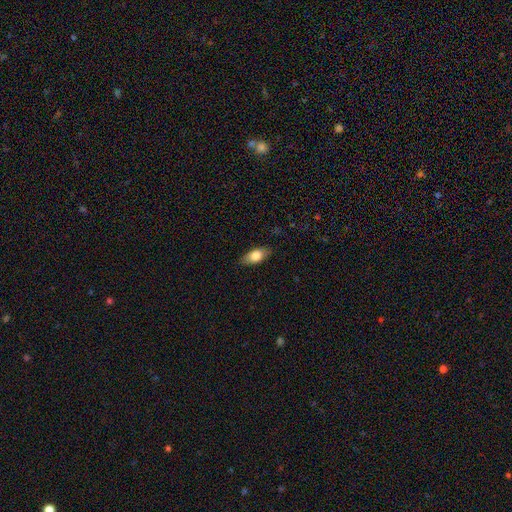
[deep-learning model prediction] The model was most divided on "smooth or featured": smooth: 79%, featured or disk: 15%, star or artifact: 7%. More confident: how rounded — in between (86%); merging — none (85%).